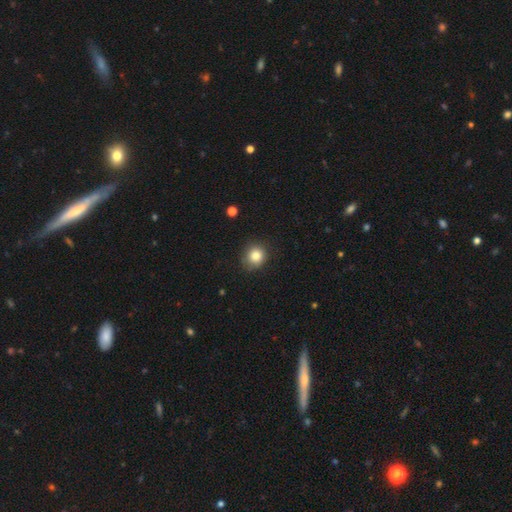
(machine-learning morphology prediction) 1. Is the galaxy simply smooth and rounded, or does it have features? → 83% smooth, 10% star or artifact, 6% featured or disk.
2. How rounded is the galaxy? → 84% round, 15% in between, 1% cigar-shaped.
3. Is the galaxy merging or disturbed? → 82% none, 13% minor disturbance, 3% major disturbance, 1% merger.